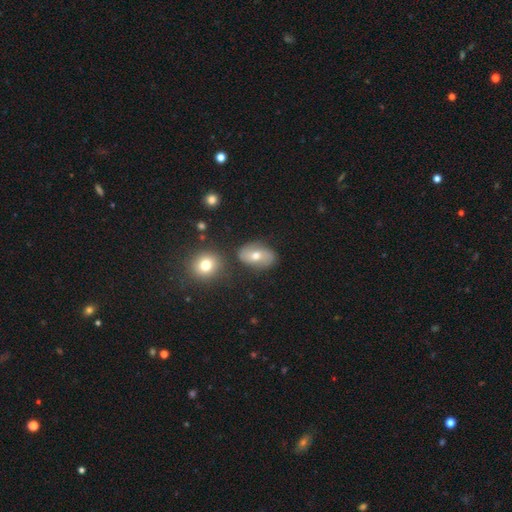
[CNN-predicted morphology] This appears to be a smooth galaxy with no disk features (55%) that is in between round and cigar-shaped (83%). Merging: none (74%).